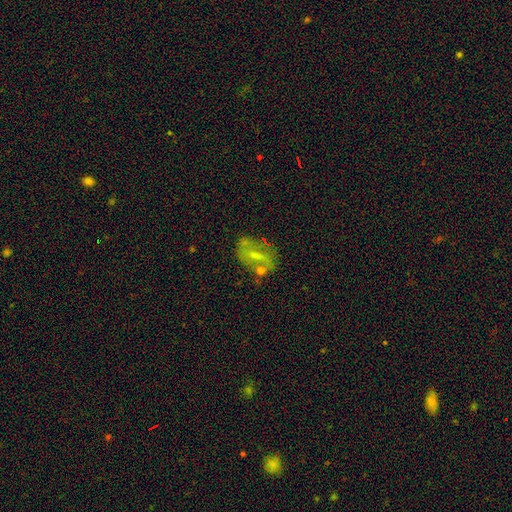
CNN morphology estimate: The model was most divided on "smooth or featured": featured or disk: 49%, smooth: 37%, star or artifact: 14%. More confident: merging — none (54%).